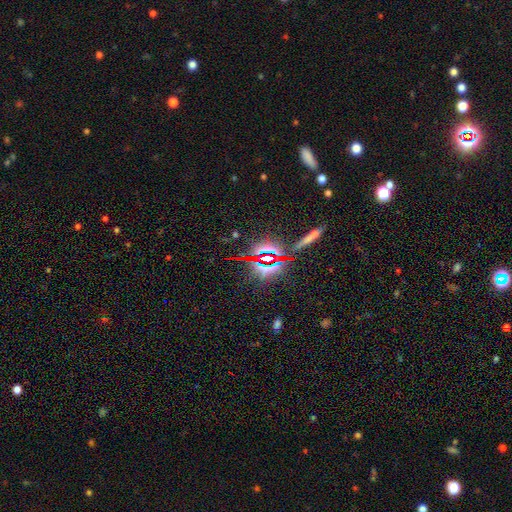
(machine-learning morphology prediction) A star or artifact, not a galaxy (80%).

Vote fractions:
- Smooth or featured? star or artifact: 80% / featured or disk: 10% / smooth: 10%